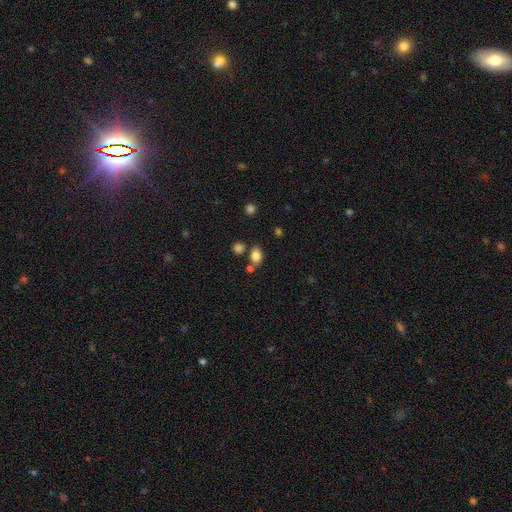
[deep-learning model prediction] A smooth galaxy with no disk features (82%) that is in between round and cigar-shaped (74%).

Vote fractions:
- Smooth or featured? smooth: 82% / star or artifact: 11% / featured or disk: 7%
- How rounded? in between: 74% / round: 24% / cigar-shaped: 2%
- Merging? none: 68% / merger: 14% / minor disturbance: 14% / major disturbance: 4%